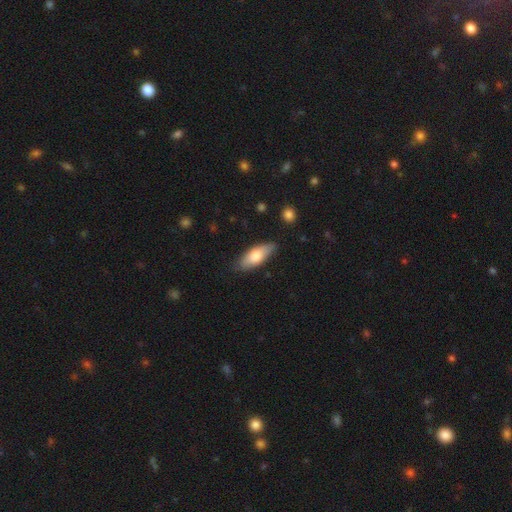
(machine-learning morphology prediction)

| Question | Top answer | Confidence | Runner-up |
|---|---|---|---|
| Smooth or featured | smooth | 73% | featured or disk (22%) |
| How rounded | in between | 75% | cigar-shaped (23%) |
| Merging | none | 81% | minor disturbance (15%) |